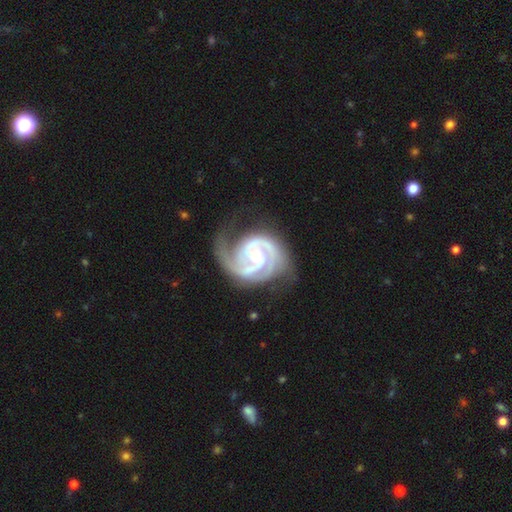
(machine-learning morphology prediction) Smooth or featured: featured or disk — 94% (star or artifact — 4%)
Edge-on disk: no — 98% (yes — 2%)
Bar: no — 51% (weak — 35%)
Spiral arms: yes — 99% (no — 1%)
Spiral winding: tight — 62% (medium — 34%)
Spiral arm count: 2 — 59% (3 — 24%)
Bulge size: moderate — 51% (small — 45%)
Merging: none — 61% (minor disturbance — 24%)